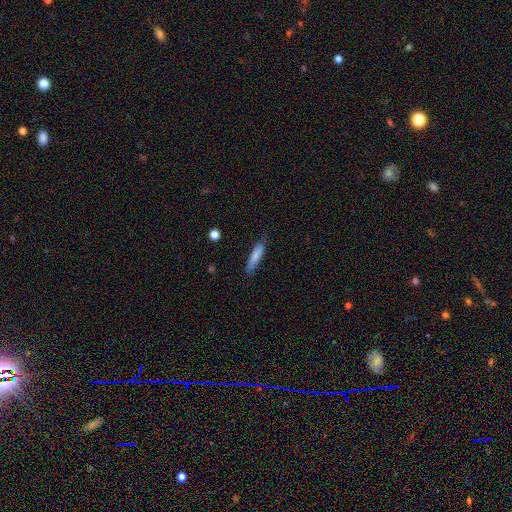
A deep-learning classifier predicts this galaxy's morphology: Overall: smooth (76%). How rounded: cigar-shaped (80%). Merging: none (80%).